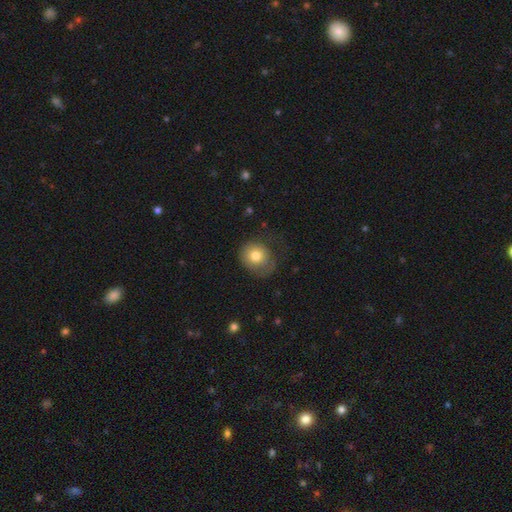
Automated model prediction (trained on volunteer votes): Smooth or featured: smooth — 76% (featured or disk — 15%)
How rounded: round — 77% (in between — 23%)
Merging: none — 53% (minor disturbance — 26%)